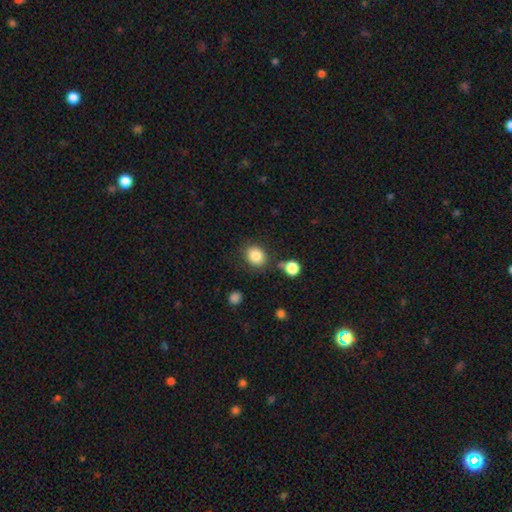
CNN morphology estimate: This is clearly a smooth galaxy (84%). How rounded: likely round (60%). Merging: likely none (78%).